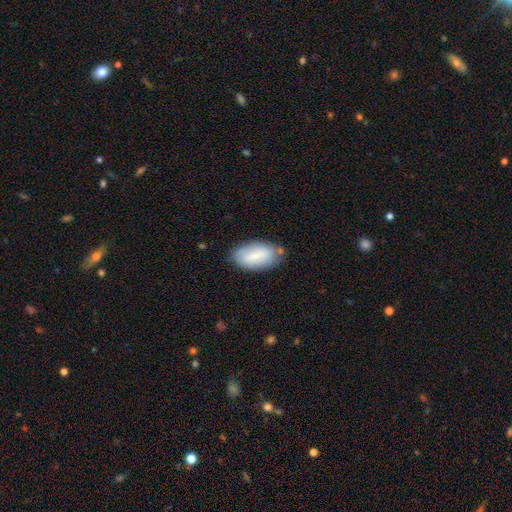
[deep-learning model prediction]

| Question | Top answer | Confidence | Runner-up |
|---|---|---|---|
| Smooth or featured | smooth | 58% | featured or disk (35%) |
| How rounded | in between | 93% | cigar-shaped (4%) |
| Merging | none | 75% | minor disturbance (18%) |